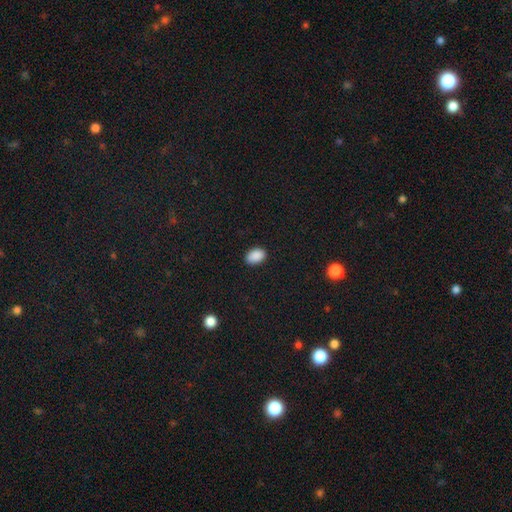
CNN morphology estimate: smooth_or_featured: smooth (p=0.89) [alt: star or artifact p=0.08]
how_rounded: in between (p=0.87) [alt: round p=0.12]
merging: none (p=0.88) [alt: minor disturbance p=0.09]